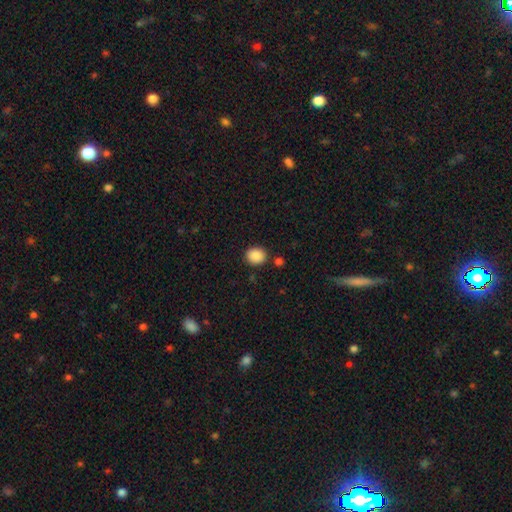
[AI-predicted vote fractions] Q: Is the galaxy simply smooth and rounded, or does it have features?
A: smooth — 89%.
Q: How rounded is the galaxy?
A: round — 67%.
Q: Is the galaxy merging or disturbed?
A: none — 85%.